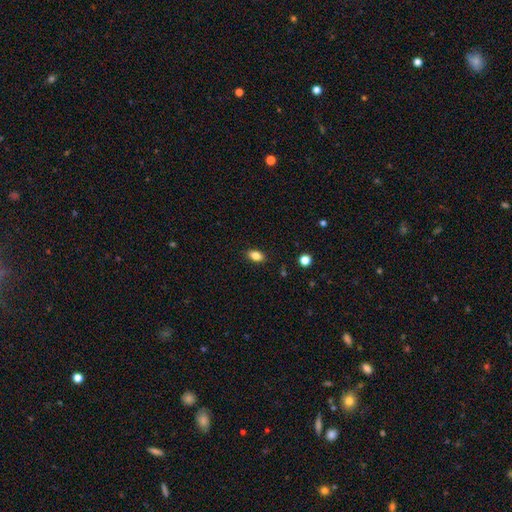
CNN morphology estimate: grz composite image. It shows a smooth galaxy with no disk features (84%) that is in between round and cigar-shaped (87%). Merging: none (88%).